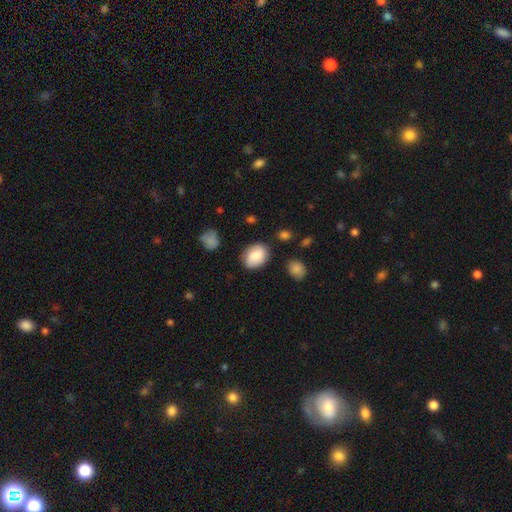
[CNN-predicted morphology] Overall: smooth (78%). How rounded: in between (70%). Merging: none (78%).